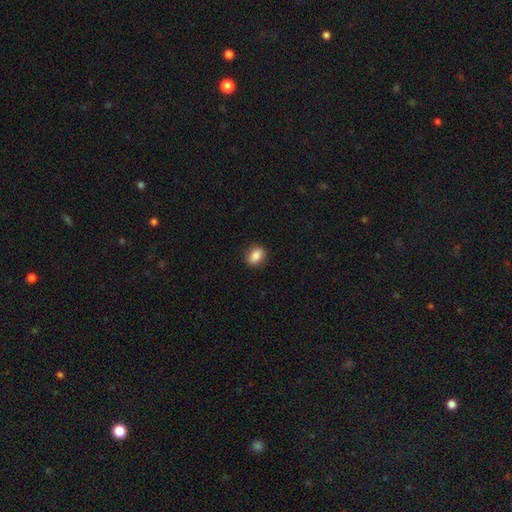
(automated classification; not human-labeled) Smooth or featured? Predicted: smooth (p=0.85). How rounded? Predicted: in between (p=0.73). Merging? Predicted: none (p=0.85).